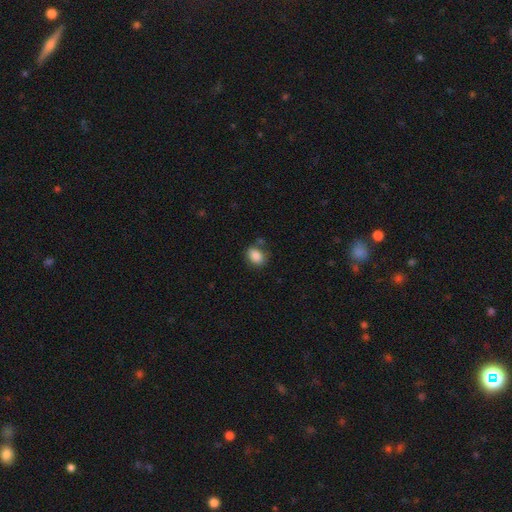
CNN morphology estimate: A smooth galaxy with no disk features (87%) that is in between round and cigar-shaped (69%).

Vote fractions:
- Smooth or featured? smooth: 87% / star or artifact: 9% / featured or disk: 5%
- How rounded? in between: 69% / round: 30% / cigar-shaped: 1%
- Merging? none: 73% / minor disturbance: 16% / merger: 6% / major disturbance: 5%